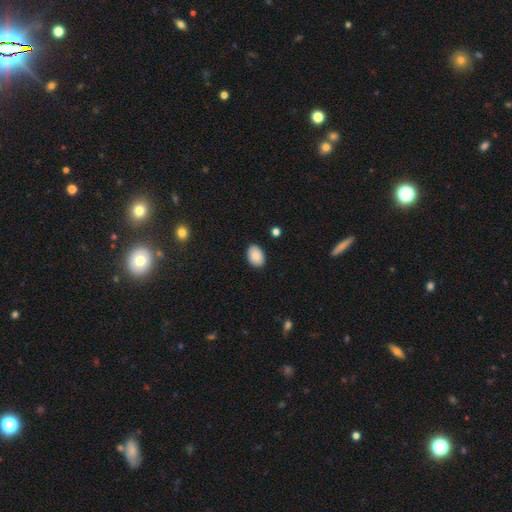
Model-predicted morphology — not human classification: The model was most divided on "how rounded": in between: 85%, round: 14%, cigar-shaped: 1%. More confident: merging — none (88%); smooth or featured — smooth (87%).